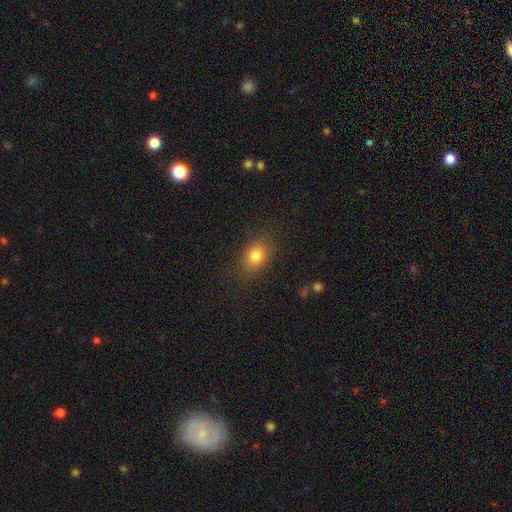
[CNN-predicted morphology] The model was most divided on "how rounded": in between: 64%, round: 34%, cigar-shaped: 2%. More confident: merging — none (82%); smooth or featured — smooth (81%).